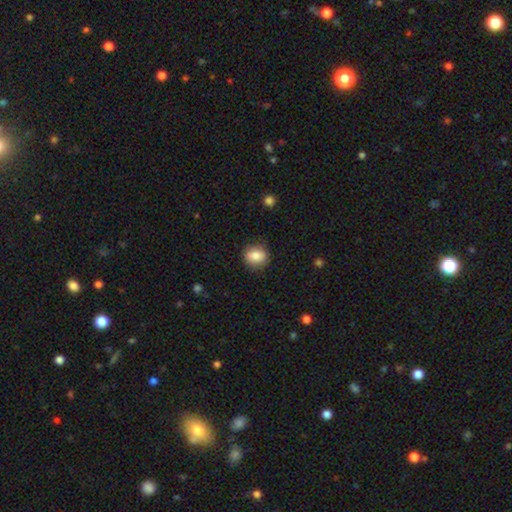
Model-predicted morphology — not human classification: A smooth galaxy with no disk features (83%) that is round (72%). Merging: none (86%).